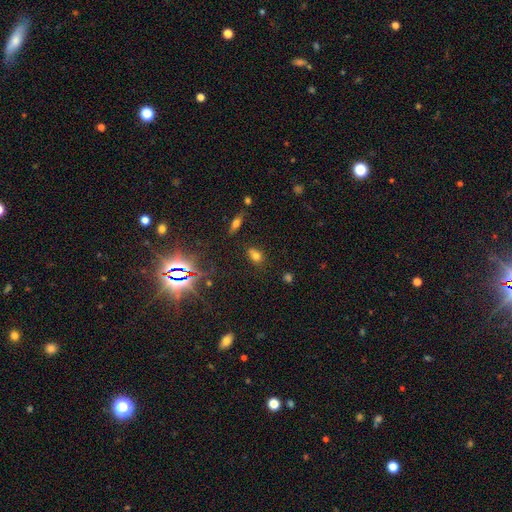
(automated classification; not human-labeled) smooth-or-featured: smooth: 68% | star or artifact: 22% | featured or disk: 10%
  how-rounded: in between: 63% | round: 34% | cigar-shaped: 3%
  merging: none: 67% | minor disturbance: 16% | merger: 12% | major disturbance: 5%